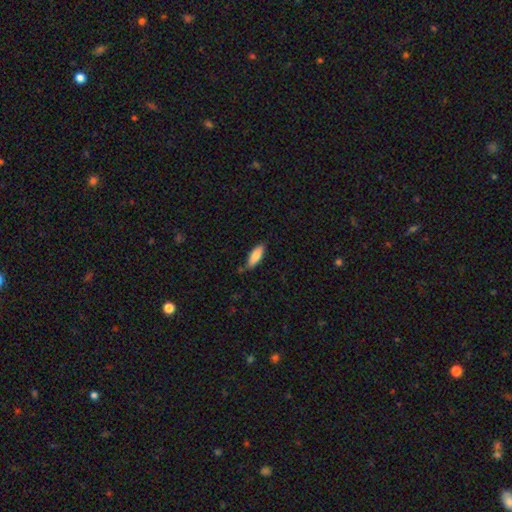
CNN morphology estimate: A smooth galaxy with no disk features (80%) that is in between round and cigar-shaped (63%).

Vote fractions:
- Smooth or featured? smooth: 80% / featured or disk: 14% / star or artifact: 6%
- How rounded? in between: 63% / cigar-shaped: 35% / round: 2%
- Merging? none: 77% / minor disturbance: 17% / merger: 3% / major disturbance: 3%